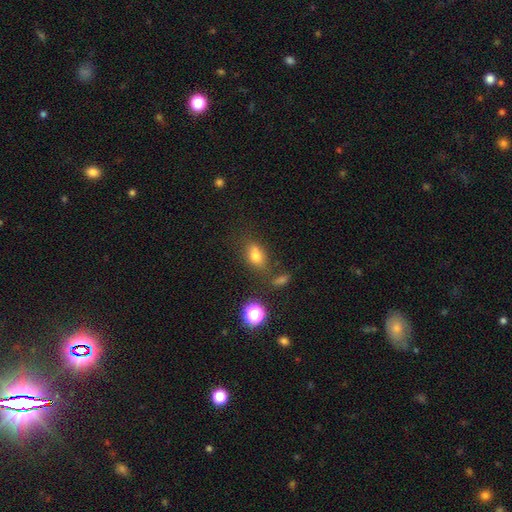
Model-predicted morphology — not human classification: smooth-or-featured: smooth: 71% | star or artifact: 16% | featured or disk: 13%
  how-rounded: in between: 74% | round: 22% | cigar-shaped: 5%
  merging: none: 61% | minor disturbance: 19% | merger: 13% | major disturbance: 8%